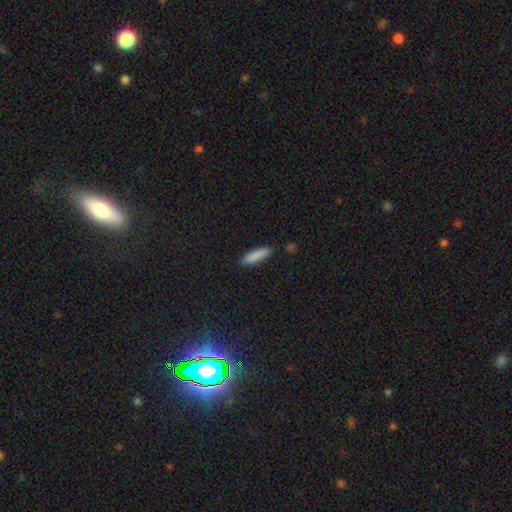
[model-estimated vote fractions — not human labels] Morphology: type=smooth (86%); roundness=cigar-shaped (79%); merging=none (87%).